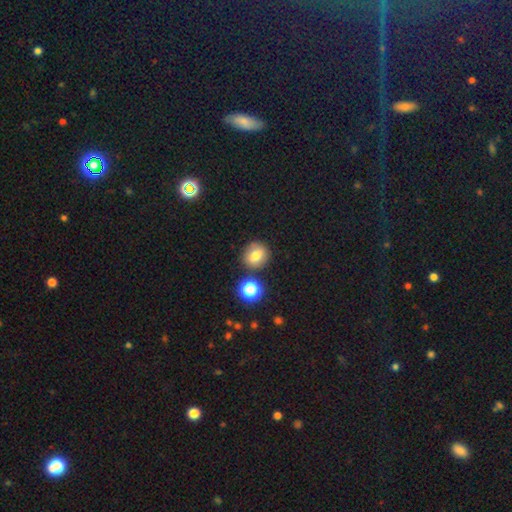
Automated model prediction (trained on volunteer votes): Smooth or featured? smooth (73%)
How rounded? round (78%)
Merging? none (76%)